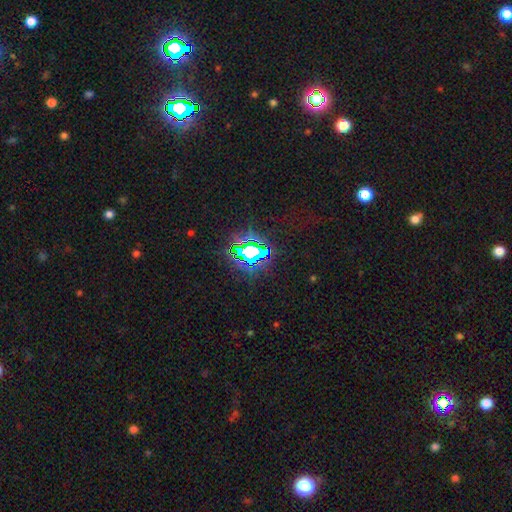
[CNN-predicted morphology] Smooth or featured: star or artifact — 76% (smooth — 13%)